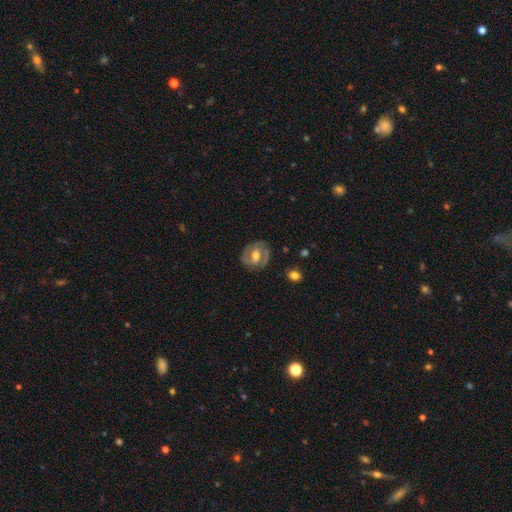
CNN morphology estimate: featured or disk 73%, smooth 21%, star or artifact 6%. Down the decision tree: edge-on disk — no (97%); bar — weak (46%); spiral arms — yes (82%); spiral arm count — 2 (83%); spiral winding — medium (45%); bulge size — moderate (70%); merging — none (79%).